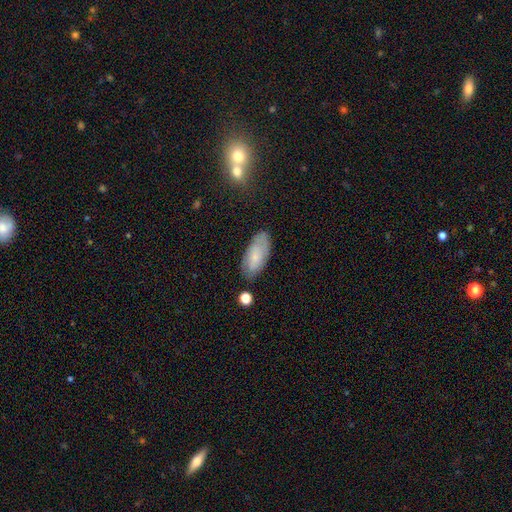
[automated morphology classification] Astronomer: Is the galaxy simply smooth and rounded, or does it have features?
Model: smooth — 71%.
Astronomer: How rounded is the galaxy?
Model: in between — 88%.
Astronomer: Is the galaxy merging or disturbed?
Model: none — 77%.